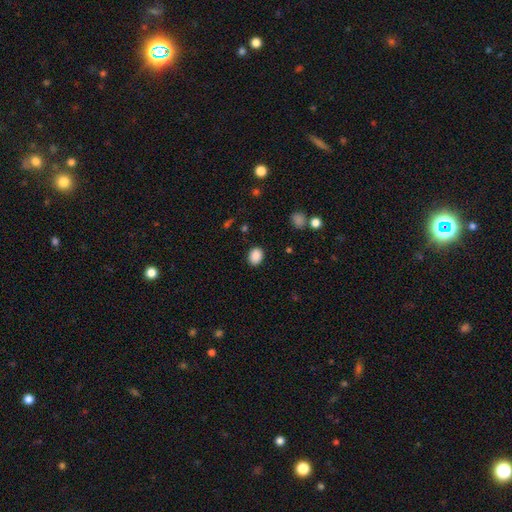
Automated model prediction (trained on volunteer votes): The model was most divided on "how rounded": in between: 58%, round: 41%, cigar-shaped: 1%. More confident: smooth or featured — smooth (88%); merging — none (87%).